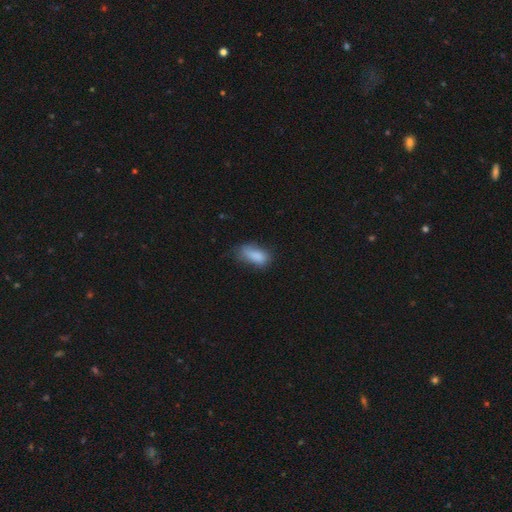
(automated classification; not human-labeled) The model was most divided on "merging": none: 48%, minor disturbance: 35%, major disturbance: 14%, merger: 3%. More confident: how rounded — in between (86%); smooth or featured — smooth (82%).